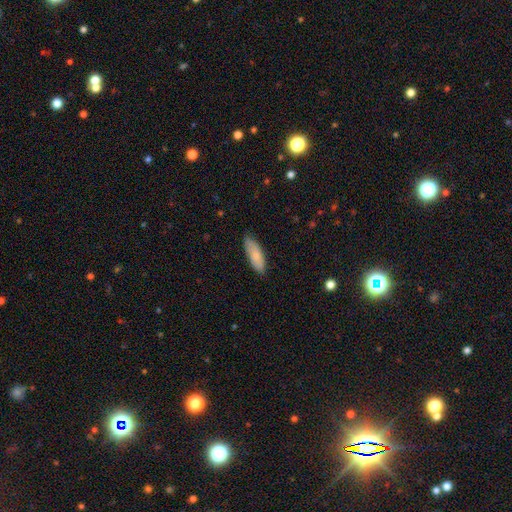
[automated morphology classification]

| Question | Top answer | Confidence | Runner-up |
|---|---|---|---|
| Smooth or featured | smooth | 83% | featured or disk (12%) |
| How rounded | in between | 62% | cigar-shaped (36%) |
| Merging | none | 82% | minor disturbance (15%) |